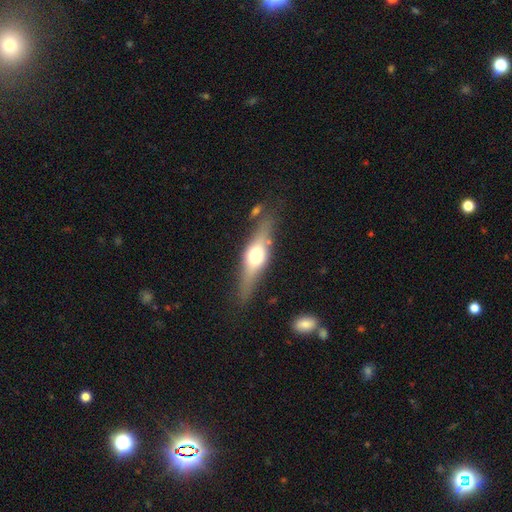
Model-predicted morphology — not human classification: Smooth or featured? Predicted: featured or disk (p=0.60). Edge-on disk? Predicted: yes (p=0.91). Edge-on bulge? Predicted: rounded (p=0.92). Merging? Predicted: none (p=0.78).